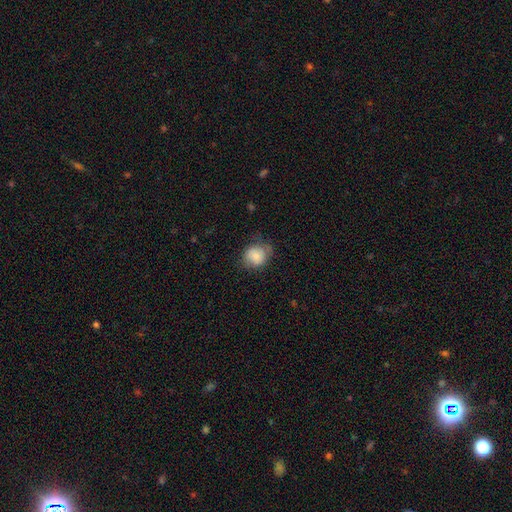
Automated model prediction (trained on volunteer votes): This appears to be a smooth galaxy with no disk features (79%) that is round (75%). Merging: none (60%).